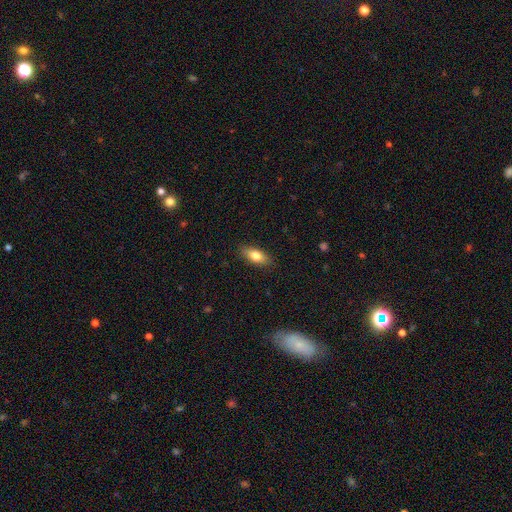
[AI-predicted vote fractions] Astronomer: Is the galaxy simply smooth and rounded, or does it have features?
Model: smooth — 78%.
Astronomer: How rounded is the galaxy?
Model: in between — 80%.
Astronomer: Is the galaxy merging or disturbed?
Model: none — 87%.